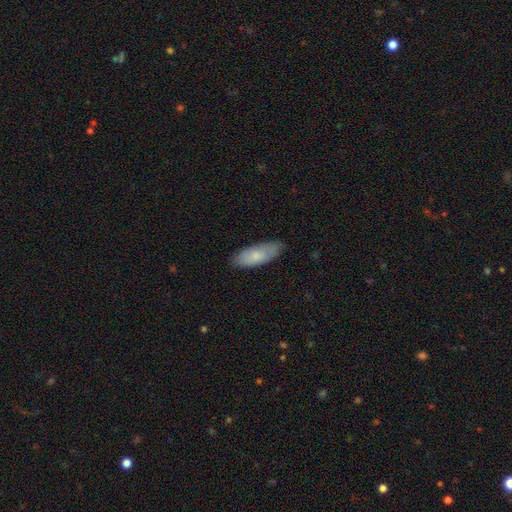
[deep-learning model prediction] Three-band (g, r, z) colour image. It shows a smooth galaxy with no disk features (80%) that is in between round and cigar-shaped (71%). Merging: none (82%).